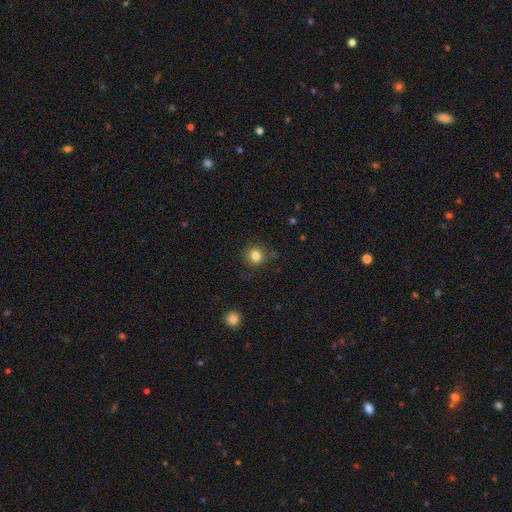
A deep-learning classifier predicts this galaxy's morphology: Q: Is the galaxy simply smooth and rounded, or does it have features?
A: smooth — 82%.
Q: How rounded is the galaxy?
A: round — 91%.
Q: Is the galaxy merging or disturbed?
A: none — 85%.